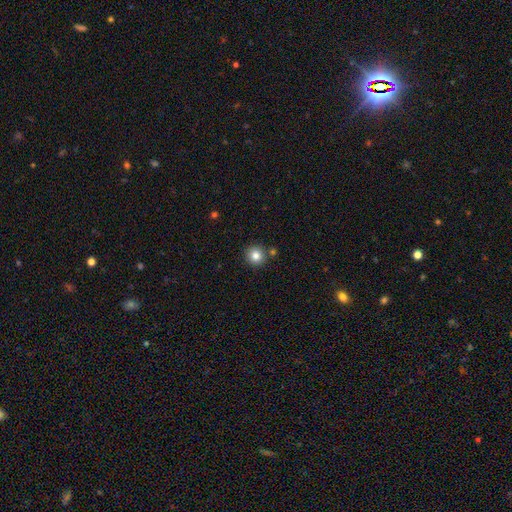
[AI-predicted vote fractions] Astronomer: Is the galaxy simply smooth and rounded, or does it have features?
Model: smooth — 82%.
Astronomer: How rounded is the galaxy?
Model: round — 94%.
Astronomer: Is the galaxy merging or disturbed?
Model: none — 85%.